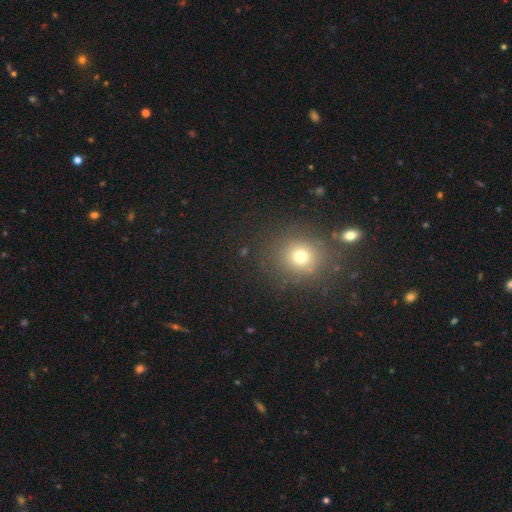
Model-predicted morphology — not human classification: Q: Smooth or featured?
A: smooth (59%); runner-up: star or artifact (34%)
Q: How rounded?
A: round (81%); runner-up: in between (17%)
Q: Merging?
A: none (87%); runner-up: minor disturbance (7%)